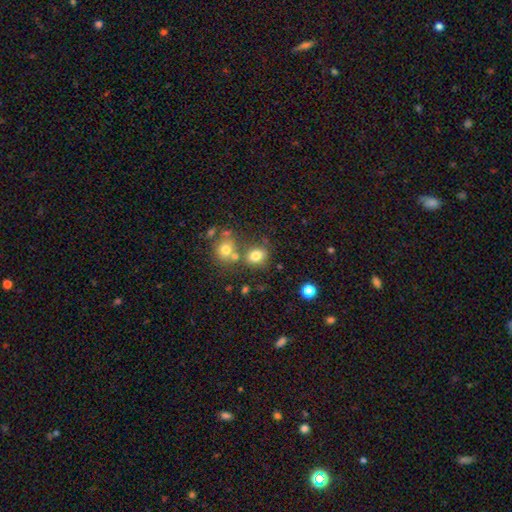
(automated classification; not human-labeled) Smooth or featured?
  - smooth: 78% *
  - star or artifact: 13%
  - featured or disk: 9%
How rounded?
  - round: 50% *
  - in between: 49%
  - cigar-shaped: 1%
Merging?
  - none: 63% *
  - merger: 19%
  - minor disturbance: 13%
  - major disturbance: 5%